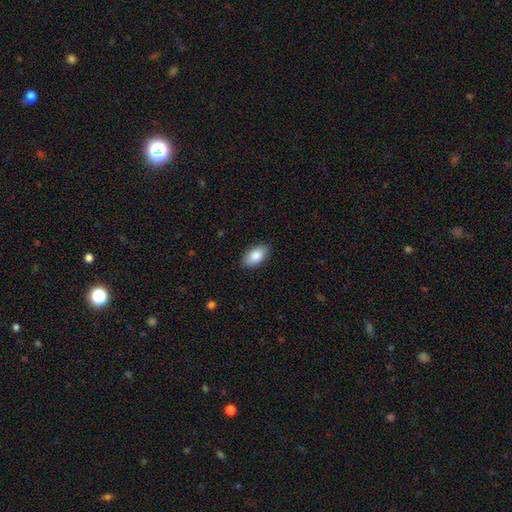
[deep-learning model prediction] Smooth or featured?
  - smooth: 86% *
  - featured or disk: 8%
  - star or artifact: 6%
How rounded?
  - in between: 94% *
  - cigar-shaped: 3%
  - round: 3%
Merging?
  - none: 88% *
  - minor disturbance: 9%
  - major disturbance: 2%
  - merger: 1%